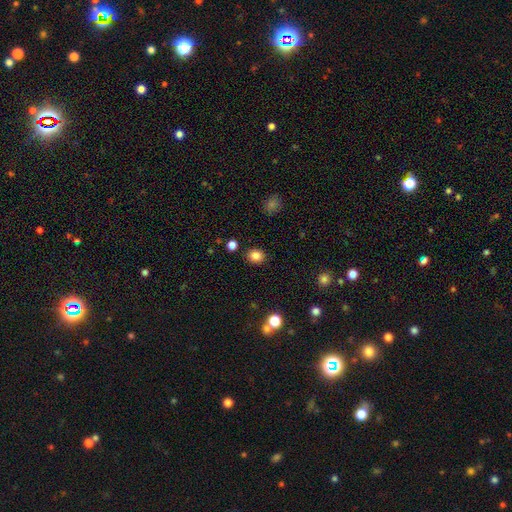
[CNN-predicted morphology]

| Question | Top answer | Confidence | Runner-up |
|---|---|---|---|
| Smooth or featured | smooth | 83% | star or artifact (12%) |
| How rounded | round | 72% | in between (27%) |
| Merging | none | 88% | minor disturbance (7%) |